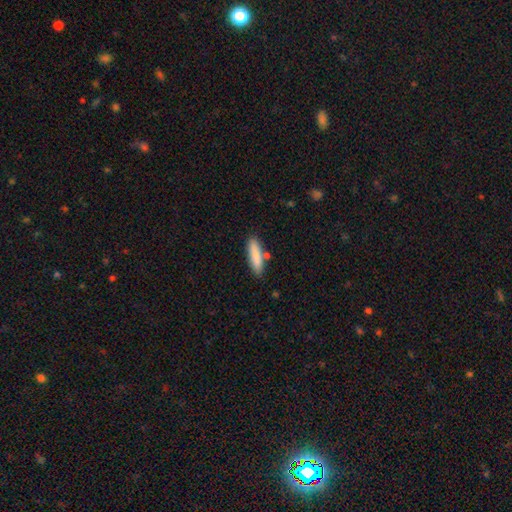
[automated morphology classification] Smooth or featured: smooth — 86% (featured or disk — 8%)
How rounded: cigar-shaped — 64% (in between — 34%)
Merging: none — 79% (minor disturbance — 12%)